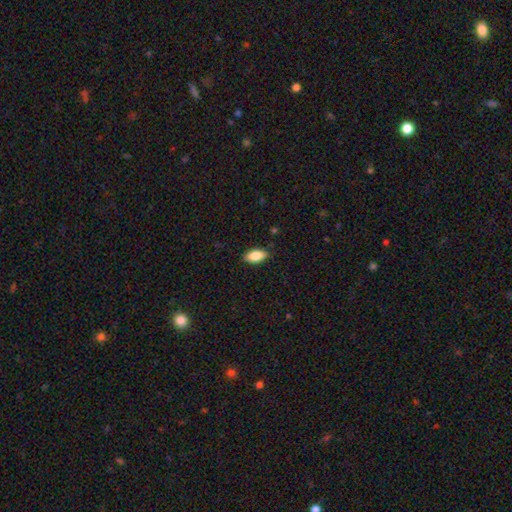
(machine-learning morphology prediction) smooth 83%, featured or disk 10%, star or artifact 7%. Down the decision tree: how rounded — in between (91%); merging — none (87%).